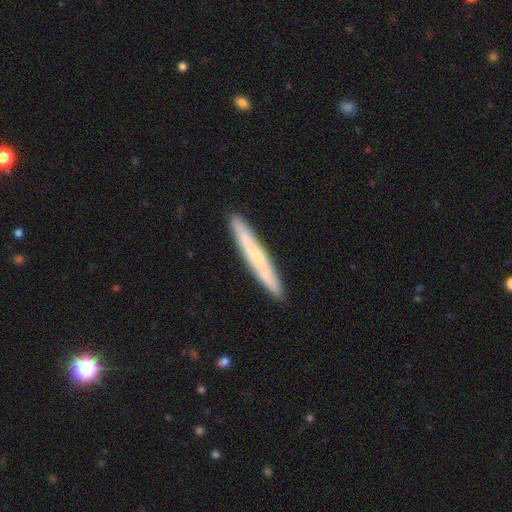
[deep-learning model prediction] Smooth or featured?
  - smooth: 47% *
  - featured or disk: 46%
  - star or artifact: 7%
Merging?
  - none: 91% *
  - minor disturbance: 7%
  - major disturbance: 1%
  - merger: 1%